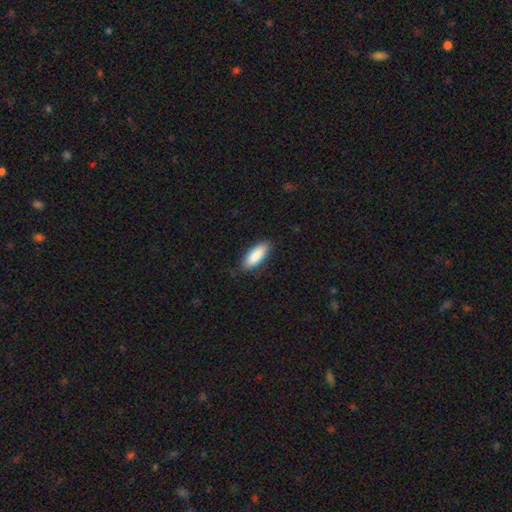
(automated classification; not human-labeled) Q: Smooth or featured?
A: smooth (88%); runner-up: featured or disk (6%)
Q: How rounded?
A: in between (77%); runner-up: cigar-shaped (22%)
Q: Merging?
A: none (80%); runner-up: minor disturbance (16%)